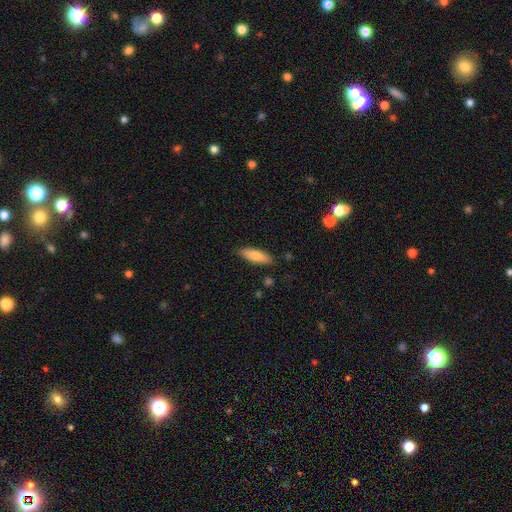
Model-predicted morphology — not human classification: Smooth or featured? smooth (77%)
How rounded? cigar-shaped (52%)
Merging? none (86%)